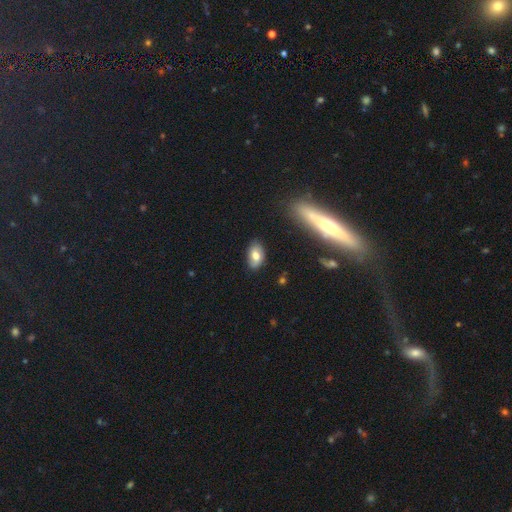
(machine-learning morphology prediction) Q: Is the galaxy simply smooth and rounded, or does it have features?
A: smooth — 72%.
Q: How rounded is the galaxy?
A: in between — 92%.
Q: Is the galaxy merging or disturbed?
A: none — 80%.